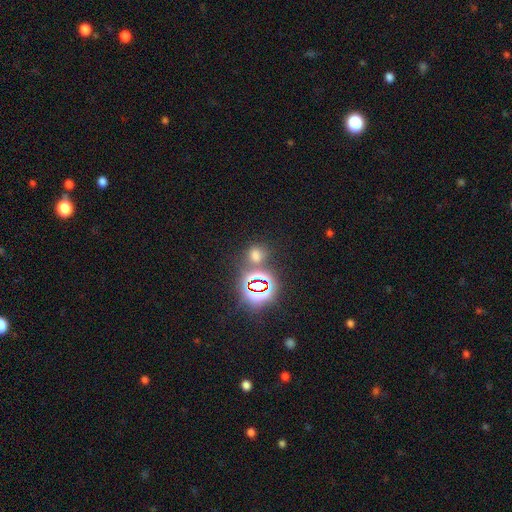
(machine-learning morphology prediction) Overall: smooth (49%; star or artifact 44%). Merging: none (67%).